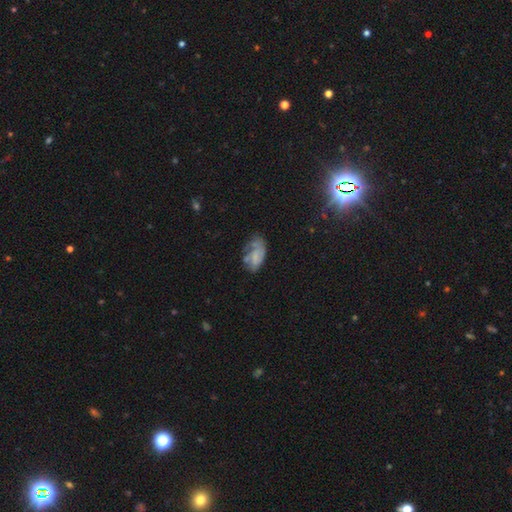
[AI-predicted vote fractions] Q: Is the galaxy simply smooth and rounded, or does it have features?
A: smooth — 50%.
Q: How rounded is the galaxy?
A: in between — 91%.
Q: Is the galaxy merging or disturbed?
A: none — 38%.